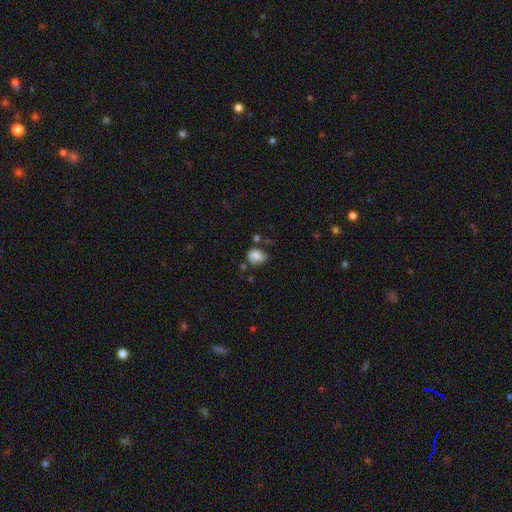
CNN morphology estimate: Smooth or featured? smooth (76%)
How rounded? in between (53%)
Merging? none (48%)